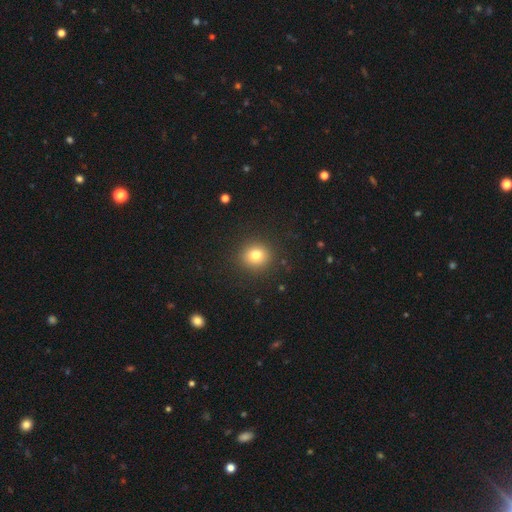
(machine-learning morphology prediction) type=smooth (78%); roundness=round (87%); merging=none (90%).